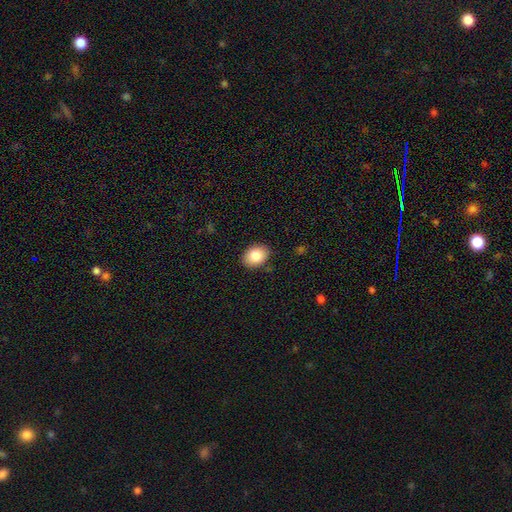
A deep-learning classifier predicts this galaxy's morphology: smooth-or-featured: smooth: 84% | featured or disk: 8% | star or artifact: 8%
  how-rounded: in between: 73% | round: 26% | cigar-shaped: 1%
  merging: none: 87% | minor disturbance: 9% | major disturbance: 2% | merger: 1%